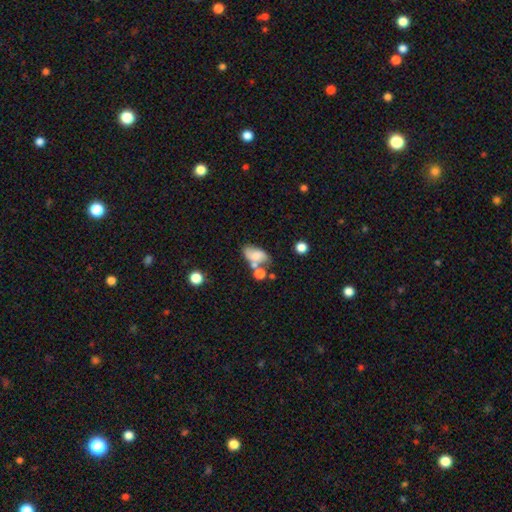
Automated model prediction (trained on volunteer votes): Morphology: type=smooth (59%); roundness=in between (88%); merging=none (39%).